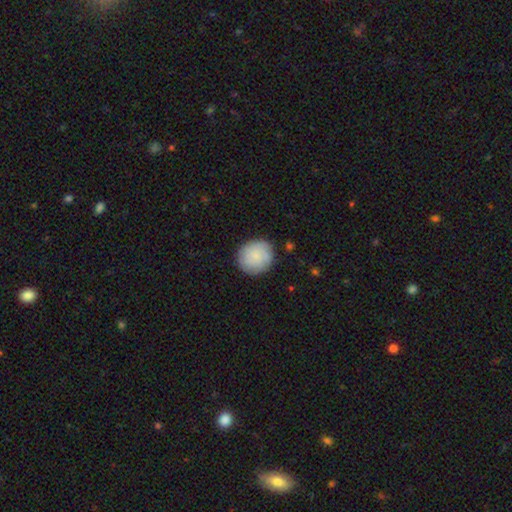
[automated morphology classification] A smooth galaxy with no disk features (81%) that is round (87%). Merging: none (83%).